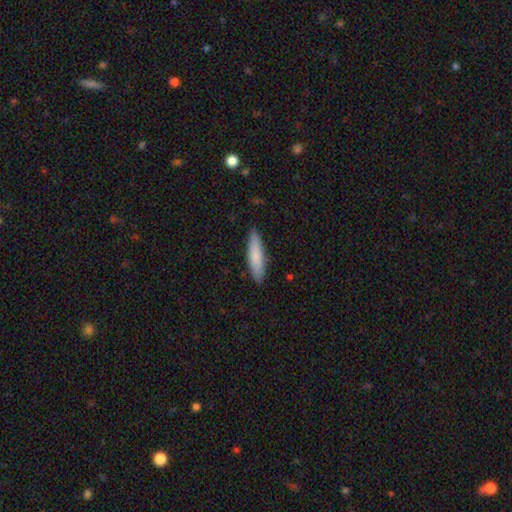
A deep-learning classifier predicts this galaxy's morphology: This is clearly a smooth galaxy (81%). How rounded: likely cigar-shaped (76%). Merging: clearly none (89%).